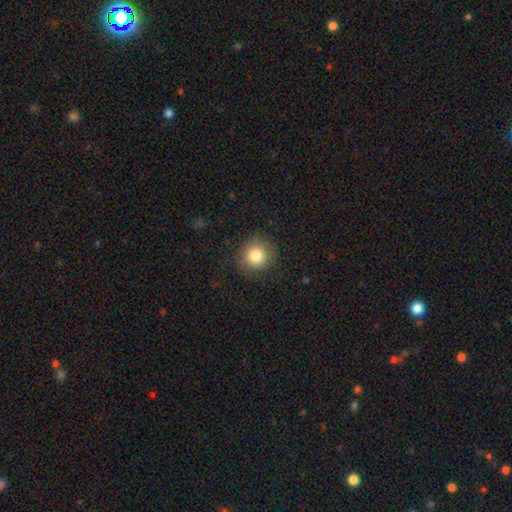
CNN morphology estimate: Overall: smooth (82%). How rounded: round (91%). Merging: none (87%).